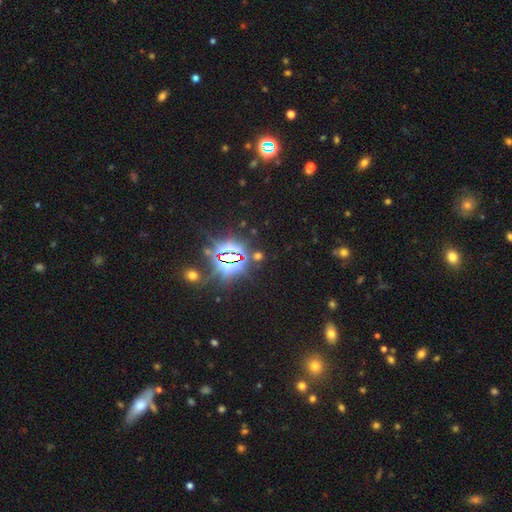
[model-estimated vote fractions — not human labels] Smooth or featured: star or artifact — 83% (smooth — 9%)